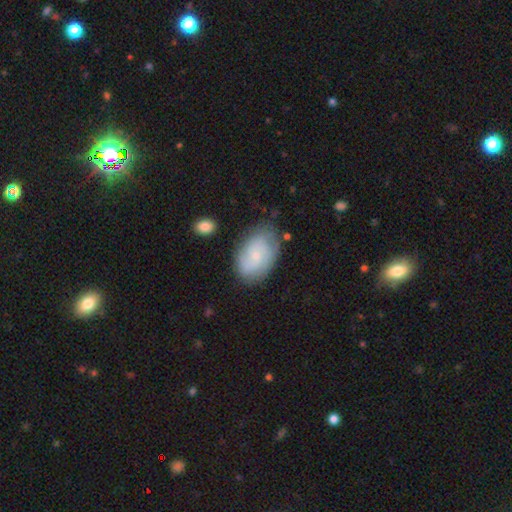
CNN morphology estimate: This appears to be a featured or disk galaxy (54%) with no bar (70%), spiral arms (84%) and a small central bulge (77%). Merging: none (71%).